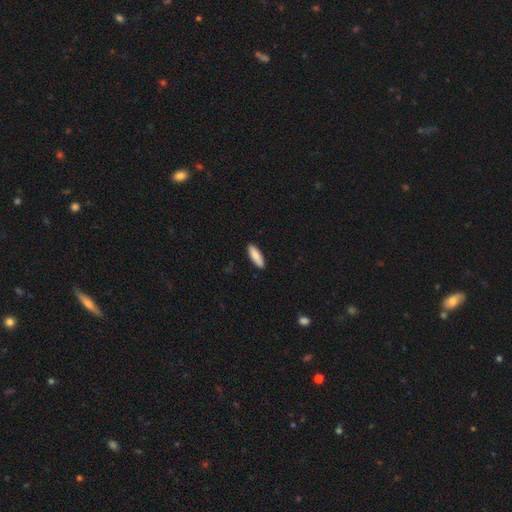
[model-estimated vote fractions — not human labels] Overall: smooth (88%). How rounded: in between (50%; cigar-shaped 48%). Merging: none (89%).